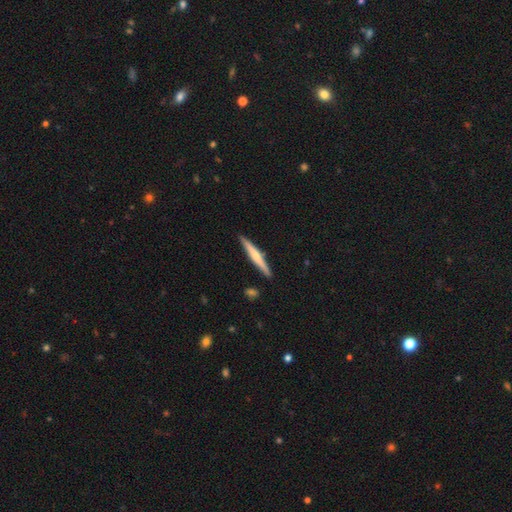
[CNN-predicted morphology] This appears to be a featured or disk galaxy (51%) viewed edge-on (97%). Merging: none (89%).